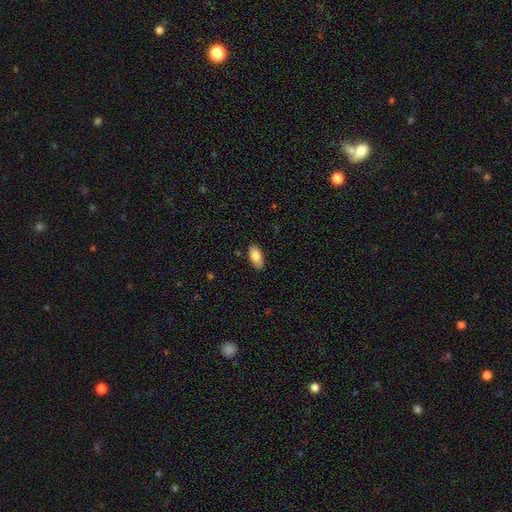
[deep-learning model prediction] Smooth or featured: smooth — 81% (featured or disk — 12%)
How rounded: in between — 91% (cigar-shaped — 6%)
Merging: none — 85% (minor disturbance — 12%)